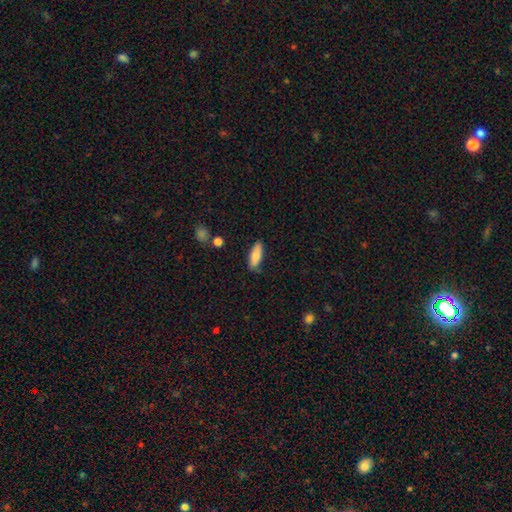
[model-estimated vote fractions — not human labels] smooth 80%, featured or disk 14%, star or artifact 7%. Down the decision tree: how rounded — in between (60%); merging — none (81%).